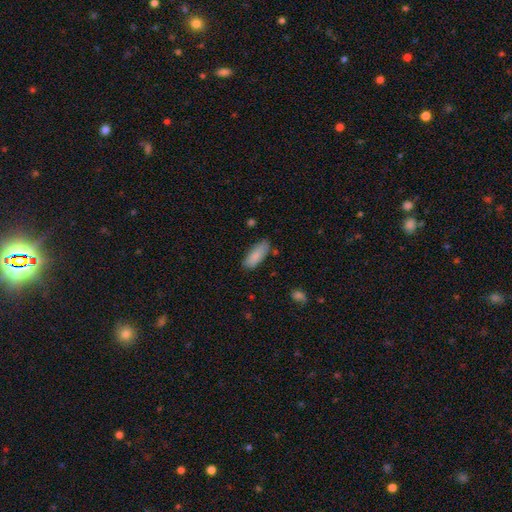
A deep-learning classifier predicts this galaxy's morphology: Smooth or featured? smooth (85%)
How rounded? in between (70%)
Merging? none (75%)